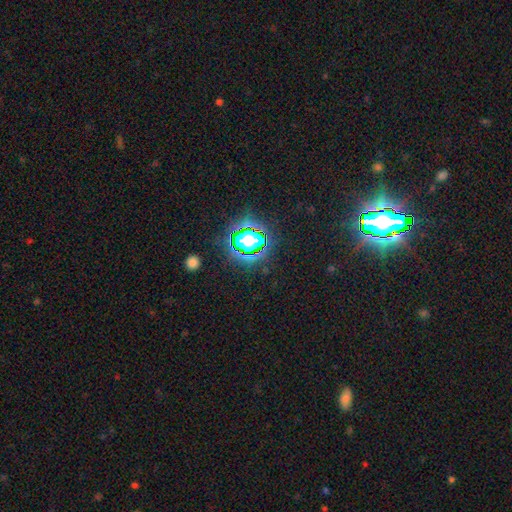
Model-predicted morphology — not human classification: type=star or artifact (82%).